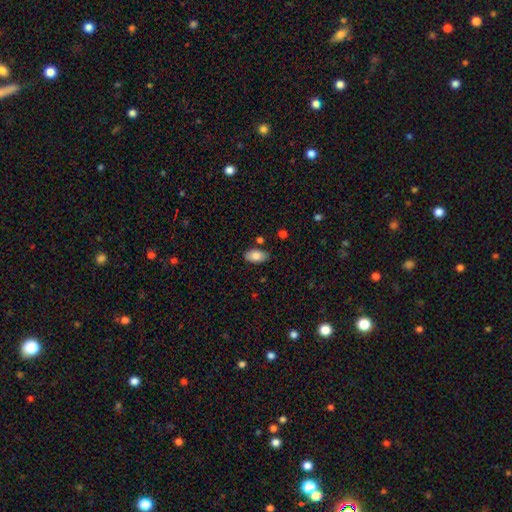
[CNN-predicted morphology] Smooth or featured? Predicted: smooth (p=0.82). How rounded? Predicted: in between (p=0.94). Merging? Predicted: none (p=0.81).